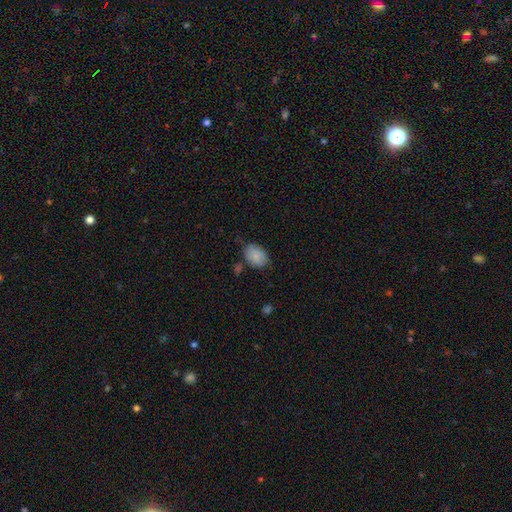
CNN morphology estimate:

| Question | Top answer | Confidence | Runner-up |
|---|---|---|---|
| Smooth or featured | smooth | 83% | featured or disk (10%) |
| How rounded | in between | 80% | round (19%) |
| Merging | none | 65% | minor disturbance (24%) |